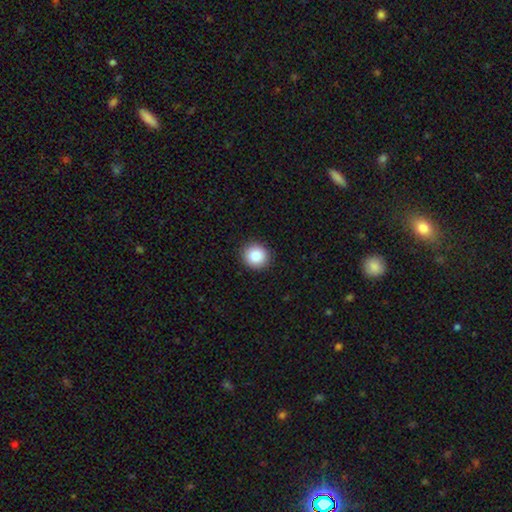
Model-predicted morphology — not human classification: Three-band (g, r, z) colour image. It shows a smooth galaxy with no disk features (87%) that is round (89%). Merging: none (92%).